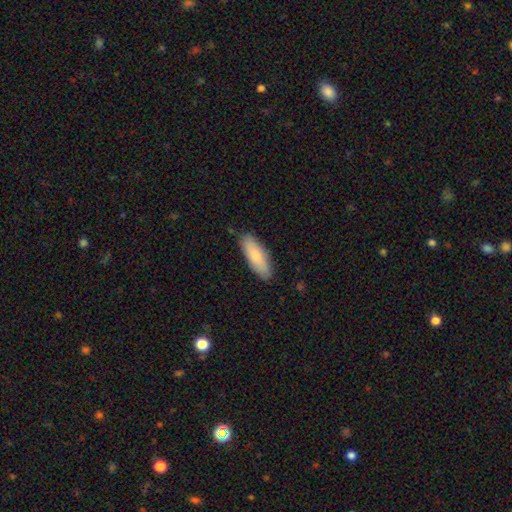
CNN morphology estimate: smooth-or-featured: smooth: 79% | featured or disk: 15% | star or artifact: 5%
  how-rounded: in between: 62% | cigar-shaped: 37% | round: 2%
  merging: none: 84% | minor disturbance: 12% | major disturbance: 2% | merger: 1%